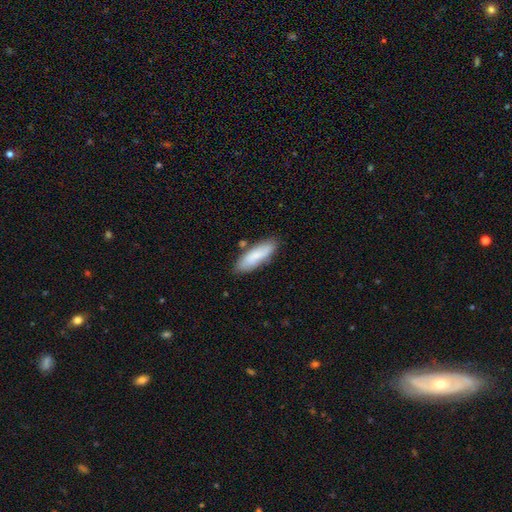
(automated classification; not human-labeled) A smooth galaxy with no disk features (77%) that is in between round and cigar-shaped (52%).

Vote fractions:
- Smooth or featured? smooth: 77% / featured or disk: 17% / star or artifact: 6%
- How rounded? in between: 52% / cigar-shaped: 46% / round: 2%
- Merging? none: 79% / minor disturbance: 14% / merger: 4% / major disturbance: 3%